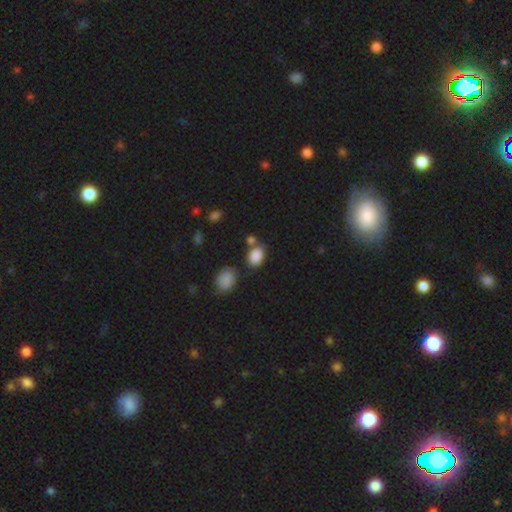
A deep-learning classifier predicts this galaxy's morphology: Smooth or featured?
  - smooth: 87% *
  - star or artifact: 9%
  - featured or disk: 4%
How rounded?
  - in between: 75% *
  - round: 24%
  - cigar-shaped: 1%
Merging?
  - none: 66% *
  - merger: 15%
  - minor disturbance: 15%
  - major disturbance: 4%